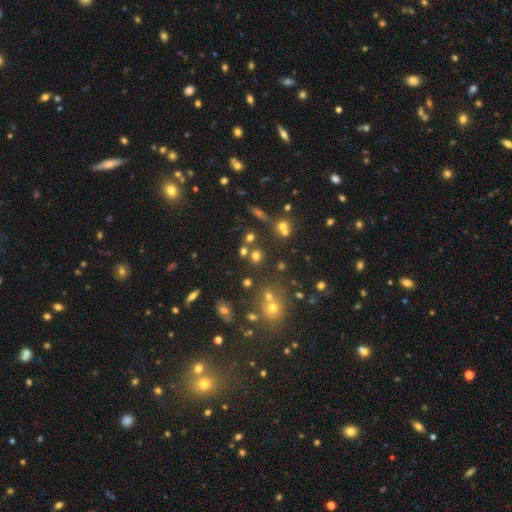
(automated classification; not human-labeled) Smooth or featured: smooth — 64% (star or artifact — 25%)
How rounded: round — 89% (in between — 10%)
Merging: none — 73% (merger — 15%)